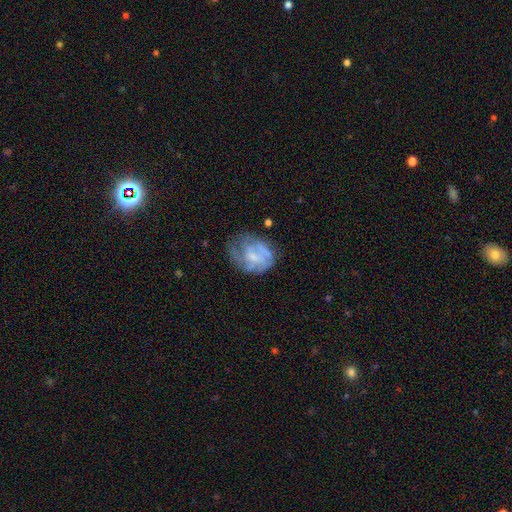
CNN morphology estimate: This is likely a featured or disk galaxy (62%). It is clearly not viewed edge-on (98%). Bar: likely no (63%). Spiral arm pattern: possibly yes (59%). Central bulge: marginally small (40%). Merging: possibly none (49%).